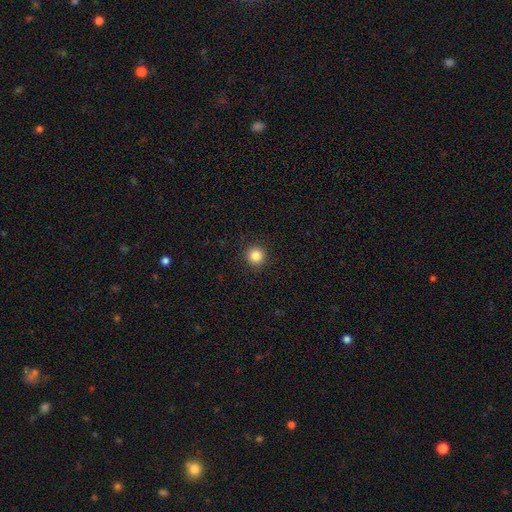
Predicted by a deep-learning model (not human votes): A smooth galaxy with no disk features (85%) that is round (95%).

Vote fractions:
- Smooth or featured? smooth: 85% / star or artifact: 11% / featured or disk: 4%
- How rounded? round: 95% / in between: 4% / cigar-shaped: 1%
- Merging? none: 92% / minor disturbance: 5% / major disturbance: 2% / merger: 1%